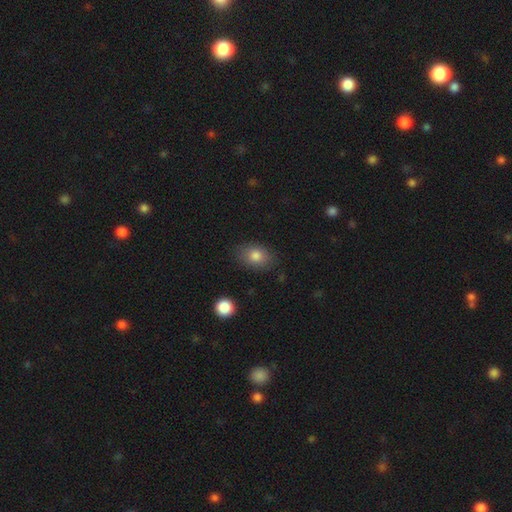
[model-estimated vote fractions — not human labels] Morphology: type=smooth (81%); roundness=in between (75%); merging=none (82%).